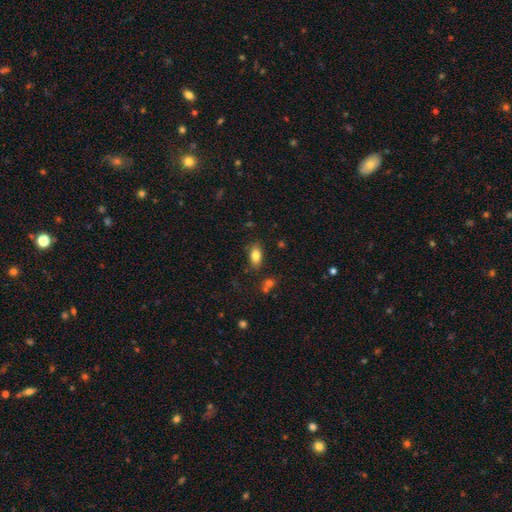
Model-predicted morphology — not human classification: This appears to be a smooth galaxy with no disk features (82%) that is in between round and cigar-shaped (89%). Merging: none (80%).